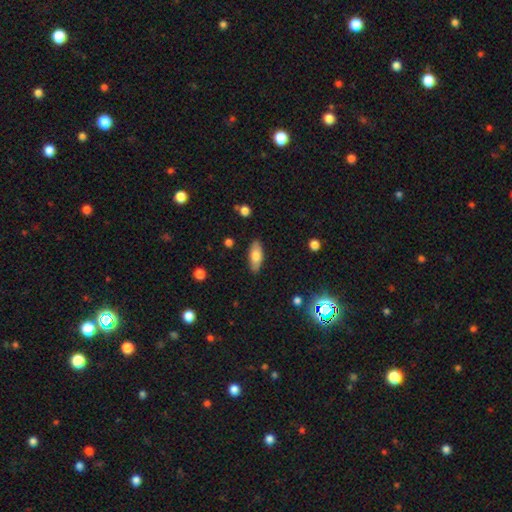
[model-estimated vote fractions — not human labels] A smooth galaxy with no disk features (75%) that is in between round and cigar-shaped (79%).

Vote fractions:
- Smooth or featured? smooth: 75% / featured or disk: 18% / star or artifact: 7%
- How rounded? in between: 79% / cigar-shaped: 18% / round: 3%
- Merging? none: 87% / minor disturbance: 10% / major disturbance: 2% / merger: 1%